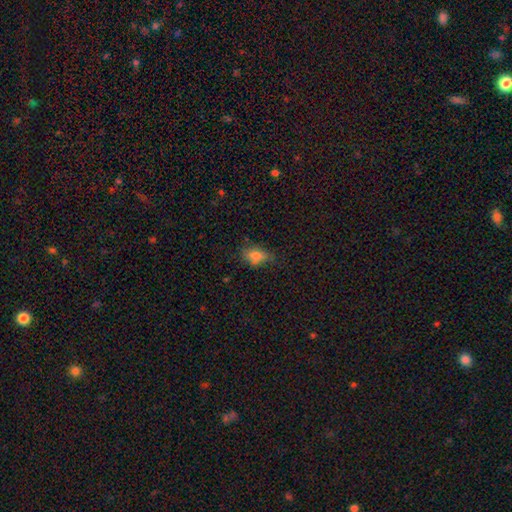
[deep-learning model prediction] Smooth or featured? smooth (78%)
How rounded? in between (80%)
Merging? none (58%)